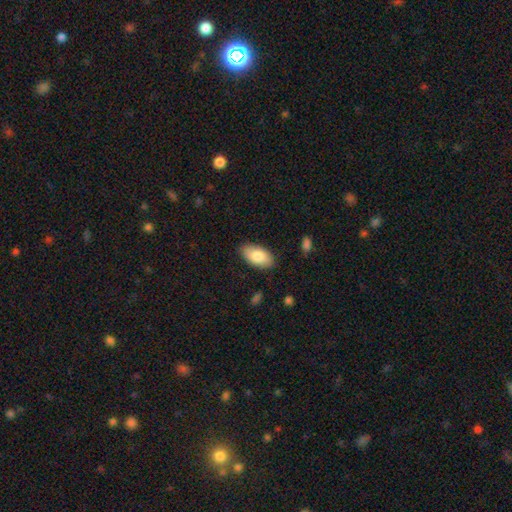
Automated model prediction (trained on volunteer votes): Smooth or featured?
  - smooth: 83% *
  - featured or disk: 11%
  - star or artifact: 6%
How rounded?
  - in between: 95% *
  - round: 3%
  - cigar-shaped: 2%
Merging?
  - none: 85% *
  - minor disturbance: 12%
  - major disturbance: 2%
  - merger: 1%